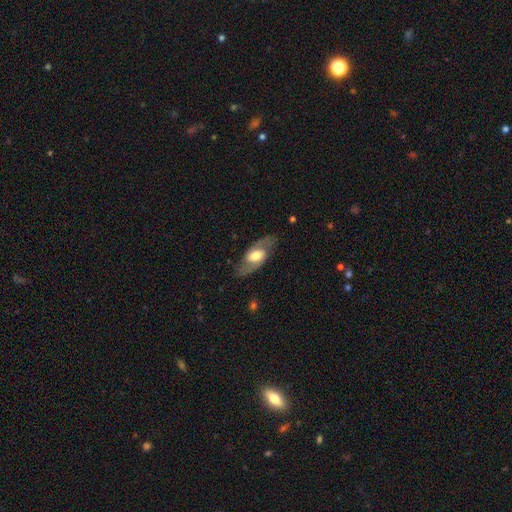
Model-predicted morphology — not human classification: Smooth or featured?
  - featured or disk: 66% *
  - smooth: 28%
  - star or artifact: 6%
Edge-on disk?
  - no: 86% *
  - yes: 14%
Bar?
  - no: 51% *
  - weak: 36%
  - strong: 13%
Spiral arms?
  - yes: 75% *
  - no: 25%
Bulge size?
  - moderate: 54% *
  - large: 33%
  - small: 9%
  - dominant: 3%
  - none: 2%
Merging?
  - none: 79% *
  - minor disturbance: 14%
  - major disturbance: 6%
  - merger: 1%